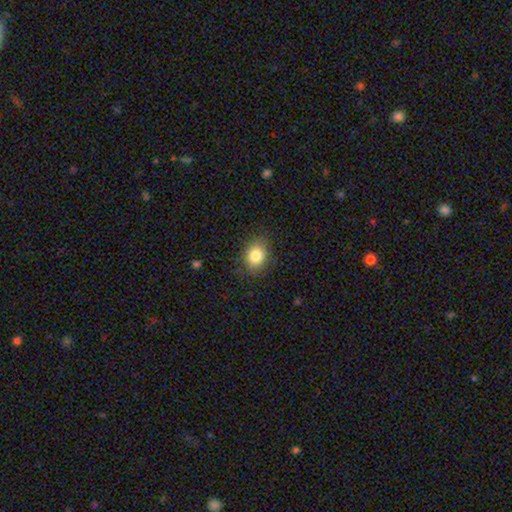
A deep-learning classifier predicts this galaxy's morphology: smooth 83%, star or artifact 9%, featured or disk 7%. Down the decision tree: how rounded — in between (59%); merging — none (83%).